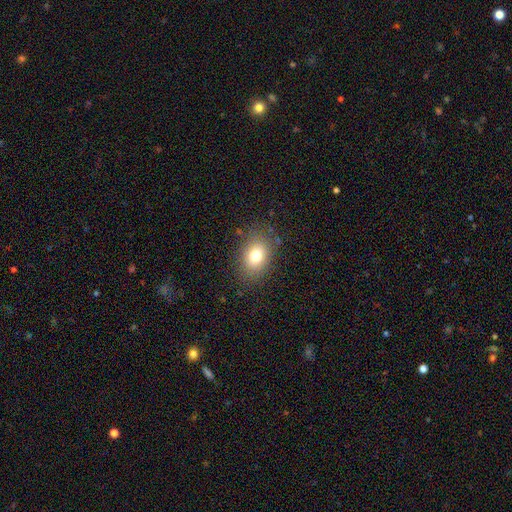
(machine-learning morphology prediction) Smooth or featured? smooth (76%)
How rounded? in between (70%)
Merging? none (82%)